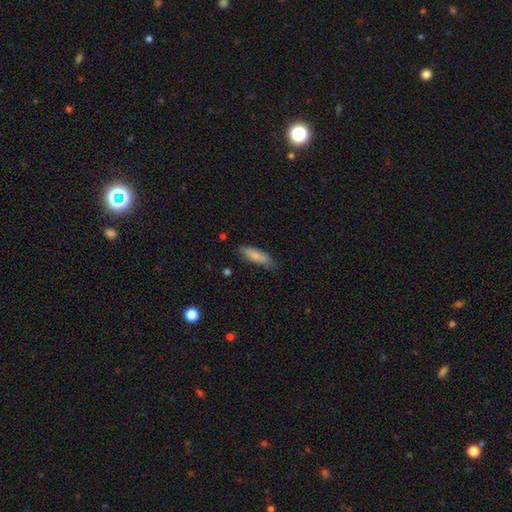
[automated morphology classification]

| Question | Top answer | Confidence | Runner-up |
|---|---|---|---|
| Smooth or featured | smooth | 81% | featured or disk (12%) |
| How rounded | cigar-shaped | 52% | in between (46%) |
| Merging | none | 74% | minor disturbance (21%) |